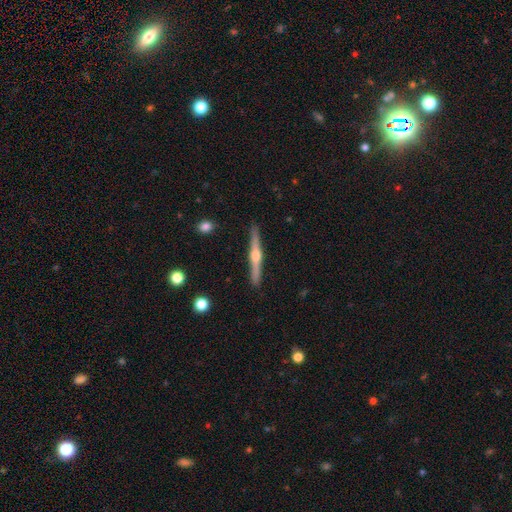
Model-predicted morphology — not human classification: featured or disk 79%, smooth 15%, star or artifact 5%. Down the decision tree: edge-on disk — yes (98%); edge-on bulge — rounded (92%); merging — none (92%).